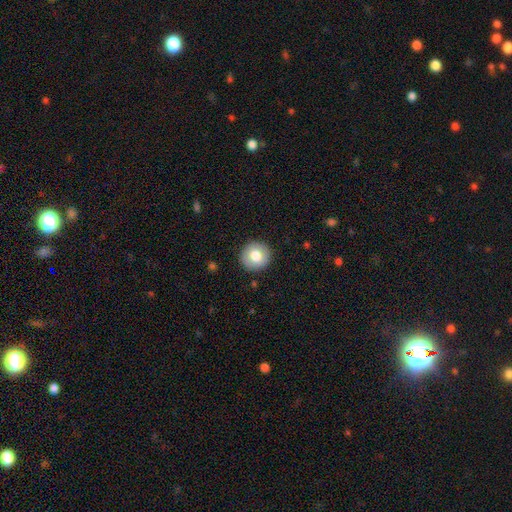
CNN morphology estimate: Q: Smooth or featured?
A: smooth (76%); runner-up: featured or disk (17%)
Q: How rounded?
A: round (93%); runner-up: in between (6%)
Q: Merging?
A: none (90%); runner-up: minor disturbance (7%)